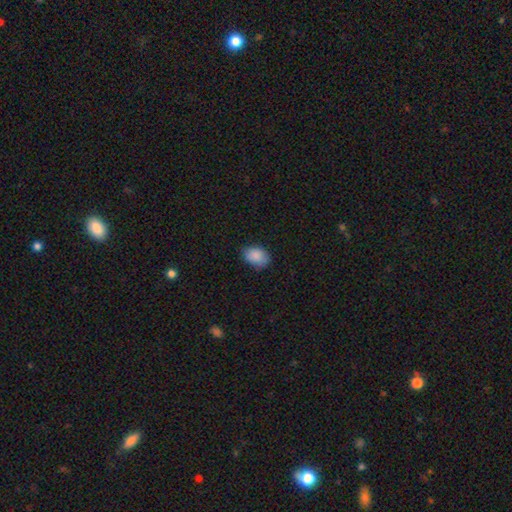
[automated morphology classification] Smooth or featured? smooth (88%)
How rounded? in between (76%)
Merging? none (77%)